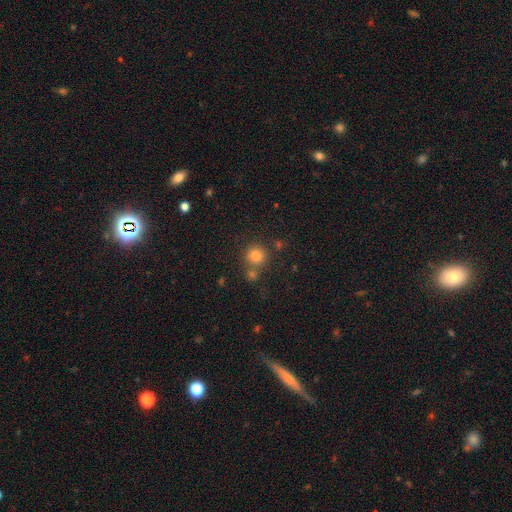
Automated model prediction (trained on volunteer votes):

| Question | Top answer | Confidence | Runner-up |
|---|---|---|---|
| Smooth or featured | smooth | 81% | star or artifact (13%) |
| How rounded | round | 91% | in between (8%) |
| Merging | none | 69% | merger (19%) |